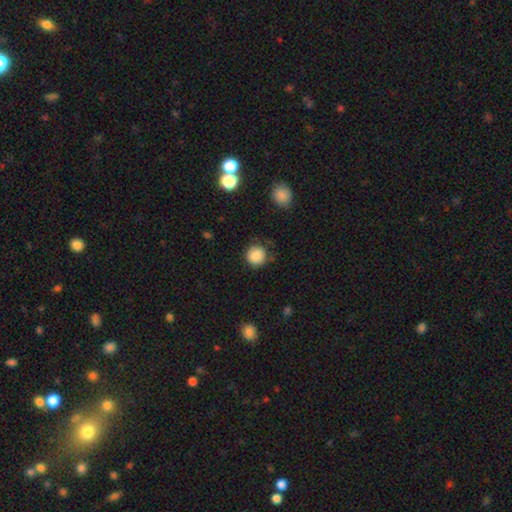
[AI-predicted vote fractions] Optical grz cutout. It shows a smooth galaxy with no disk features (86%) that is round (92%). Merging: none (78%).